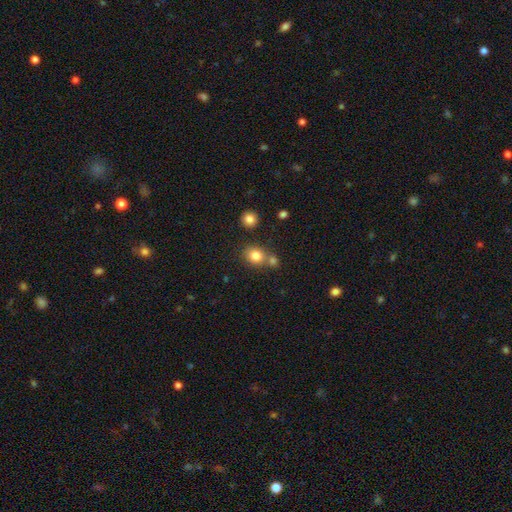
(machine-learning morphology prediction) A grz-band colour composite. It shows a smooth galaxy with no disk features (81%) that is round (71%). Merging: none (61%).